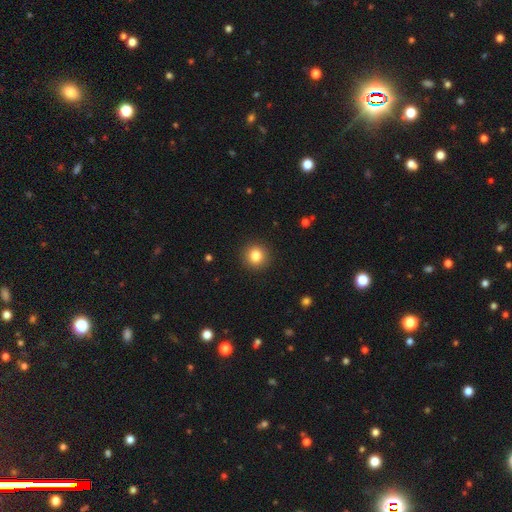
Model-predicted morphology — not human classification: A smooth galaxy with no disk features (83%) that is round (92%). Merging: none (92%).